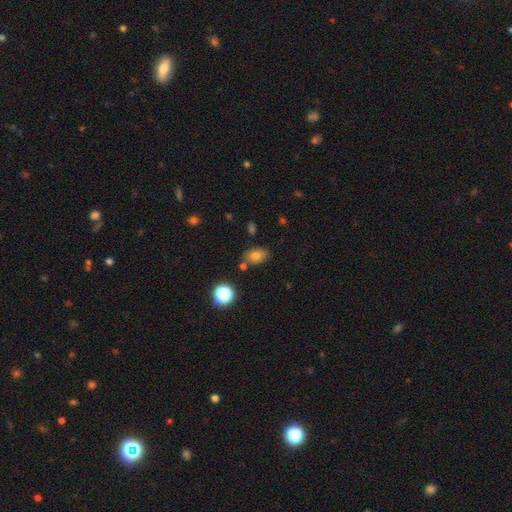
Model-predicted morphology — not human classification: Q: Smooth or featured?
A: smooth (74%); runner-up: star or artifact (14%)
Q: How rounded?
A: in between (80%); runner-up: round (19%)
Q: Merging?
A: none (77%); runner-up: minor disturbance (13%)